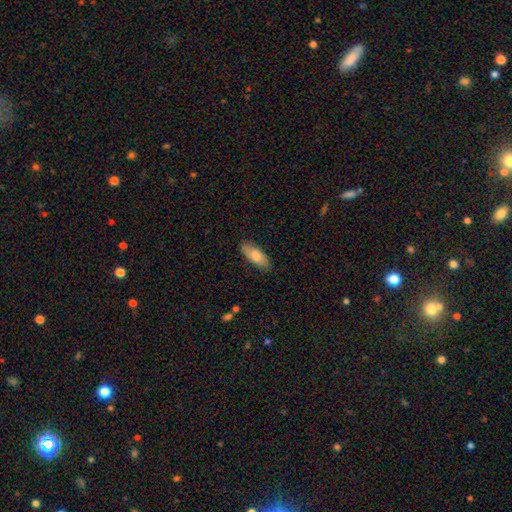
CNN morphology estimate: Q: Smooth or featured?
A: smooth (80%); runner-up: featured or disk (15%)
Q: How rounded?
A: in between (78%); runner-up: cigar-shaped (20%)
Q: Merging?
A: none (84%); runner-up: minor disturbance (13%)